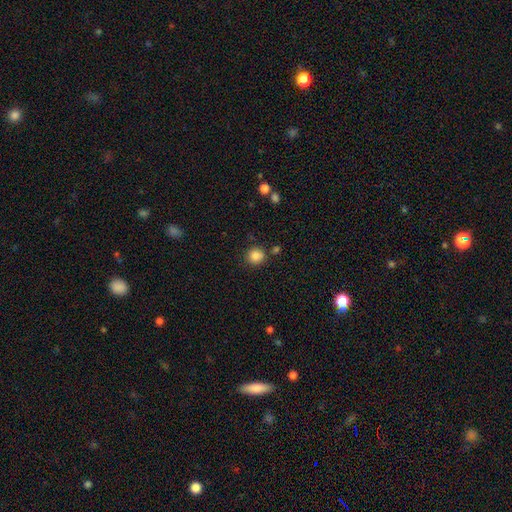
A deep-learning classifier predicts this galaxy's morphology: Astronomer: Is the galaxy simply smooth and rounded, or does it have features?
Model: smooth — 85%.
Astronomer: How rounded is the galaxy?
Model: round — 89%.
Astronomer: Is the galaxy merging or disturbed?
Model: none — 82%.